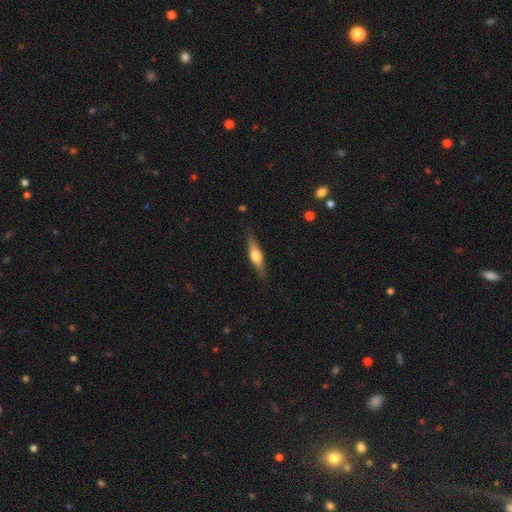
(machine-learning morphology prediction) smooth_or_featured: featured or disk (p=0.54) [alt: smooth p=0.40]
disk_edge_on: yes (p=0.94) [alt: no p=0.06]
edge_on_bulge: rounded (p=0.92) [alt: boxy p=0.05]
merging: none (p=0.86) [alt: minor disturbance p=0.11]